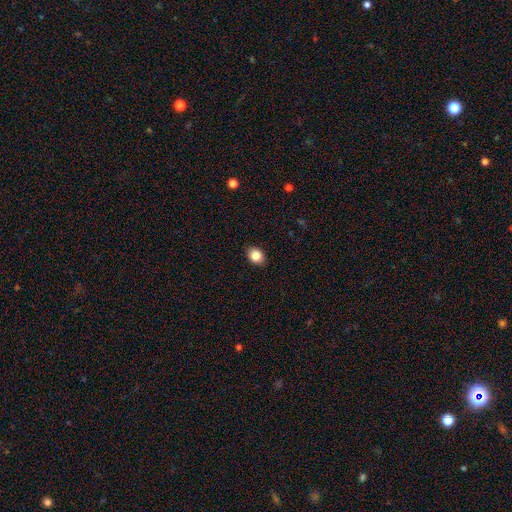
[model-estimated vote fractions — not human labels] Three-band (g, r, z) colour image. It shows a smooth galaxy with no disk features (86%) that is in between round and cigar-shaped (60%). Merging: none (89%).